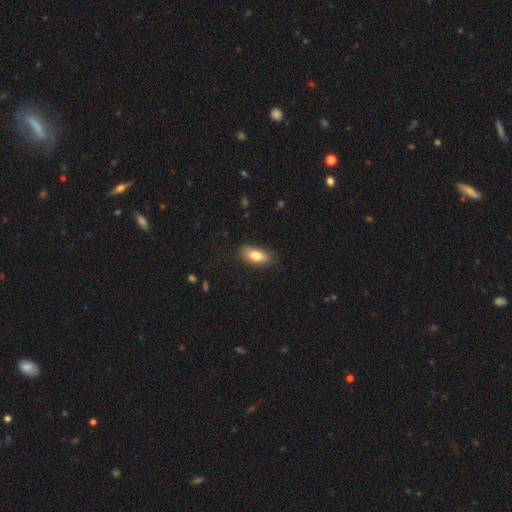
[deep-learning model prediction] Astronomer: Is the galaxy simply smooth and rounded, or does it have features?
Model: smooth — 79%.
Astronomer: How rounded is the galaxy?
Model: in between — 85%.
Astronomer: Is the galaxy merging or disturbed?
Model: none — 81%.